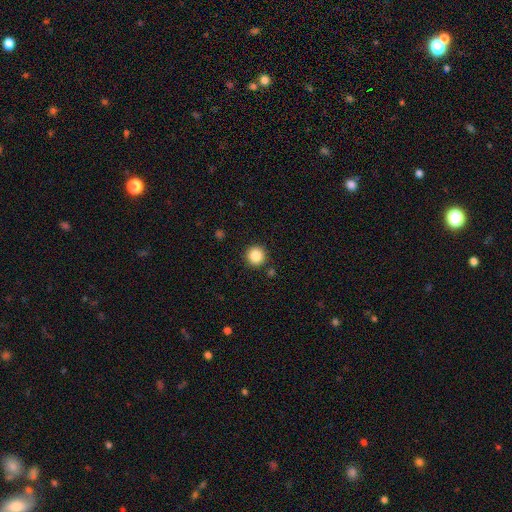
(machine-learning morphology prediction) Smooth or featured? smooth (86%)
How rounded? round (95%)
Merging? none (90%)